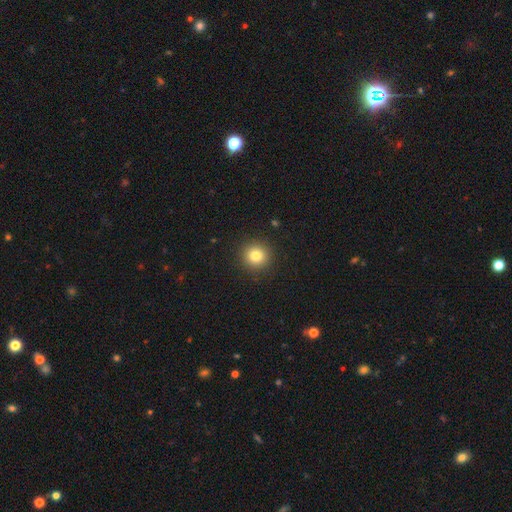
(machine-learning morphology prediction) This appears to be a smooth galaxy with no disk features (81%) that is round (94%). Merging: none (91%).